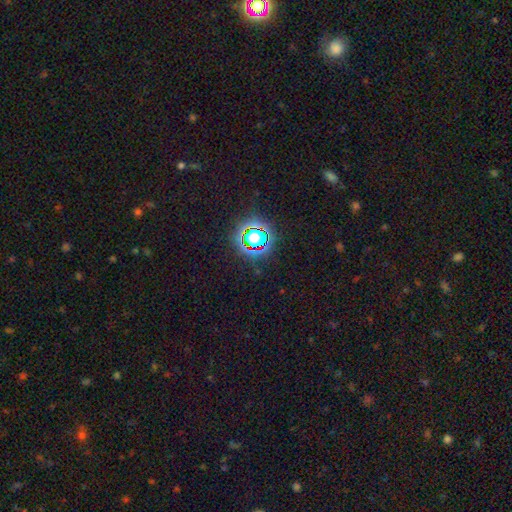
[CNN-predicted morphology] smooth-or-featured: star or artifact: 76% | smooth: 15% | featured or disk: 9%